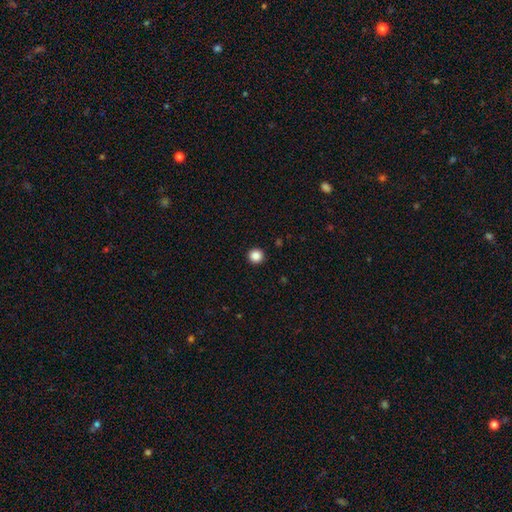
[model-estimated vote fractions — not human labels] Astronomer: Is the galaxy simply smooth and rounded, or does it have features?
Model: smooth — 87%.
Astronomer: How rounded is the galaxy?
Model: round — 96%.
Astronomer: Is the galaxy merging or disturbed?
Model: none — 94%.